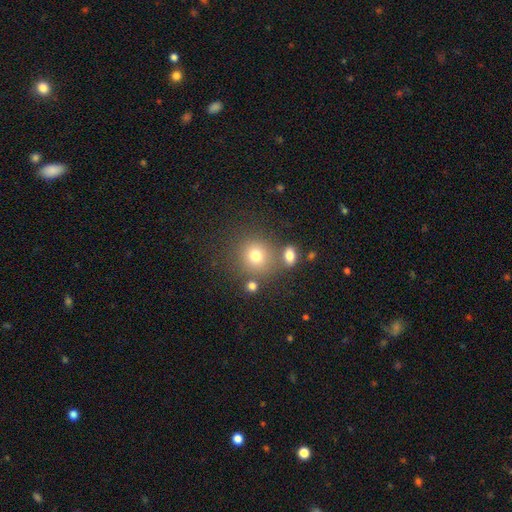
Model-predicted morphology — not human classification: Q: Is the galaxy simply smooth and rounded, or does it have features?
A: smooth — 76%.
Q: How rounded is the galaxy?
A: round — 87%.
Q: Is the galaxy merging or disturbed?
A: none — 71%.